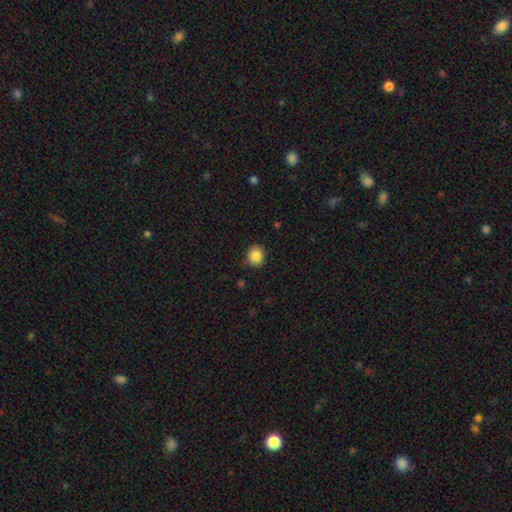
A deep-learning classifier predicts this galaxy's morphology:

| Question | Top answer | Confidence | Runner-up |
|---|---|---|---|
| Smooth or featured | smooth | 86% | star or artifact (10%) |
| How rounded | round | 76% | in between (23%) |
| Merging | none | 84% | minor disturbance (13%) |